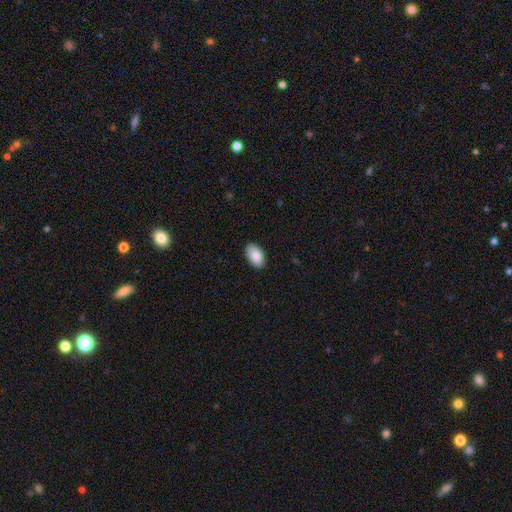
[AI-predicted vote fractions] Smooth or featured: smooth — 86% (featured or disk — 8%)
How rounded: in between — 94% (round — 5%)
Merging: none — 88% (minor disturbance — 9%)